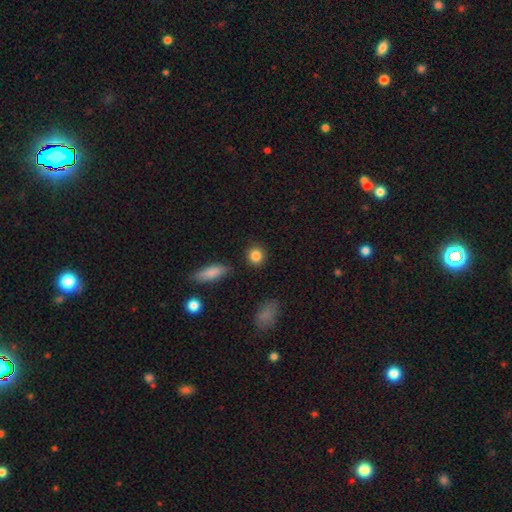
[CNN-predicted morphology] Q: Smooth or featured?
A: smooth (86%); runner-up: star or artifact (9%)
Q: How rounded?
A: round (84%); runner-up: in between (14%)
Q: Merging?
A: none (88%); runner-up: minor disturbance (8%)